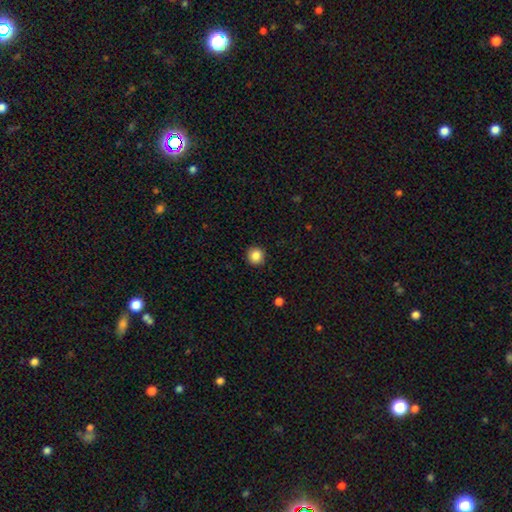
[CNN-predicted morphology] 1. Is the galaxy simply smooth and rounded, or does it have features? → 86% smooth, 10% star or artifact, 4% featured or disk.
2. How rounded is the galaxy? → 93% round, 6% in between, 1% cigar-shaped.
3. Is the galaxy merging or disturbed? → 91% none, 6% minor disturbance, 2% major disturbance, 1% merger.